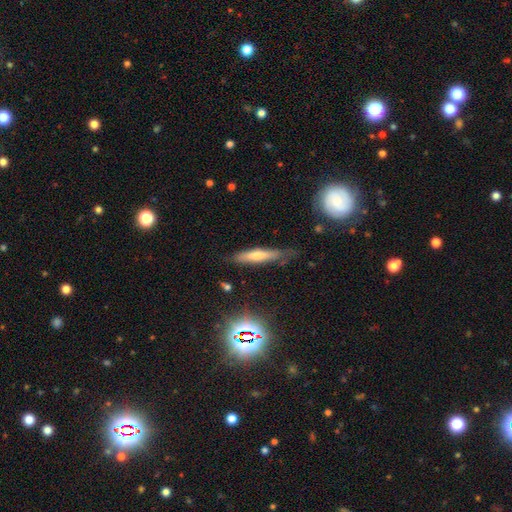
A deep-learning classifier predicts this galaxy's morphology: The model was most divided on "smooth or featured": featured or disk: 46%, smooth: 41%, star or artifact: 13%. More confident: merging — none (74%).